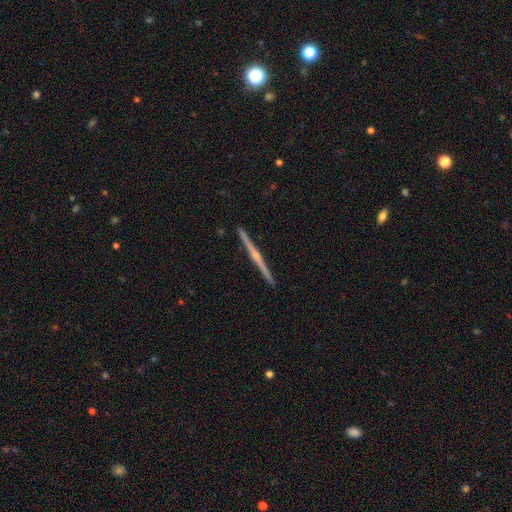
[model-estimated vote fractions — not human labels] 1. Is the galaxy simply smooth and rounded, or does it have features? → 81% featured or disk, 14% smooth, 5% star or artifact.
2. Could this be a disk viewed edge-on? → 99% yes, 1% no.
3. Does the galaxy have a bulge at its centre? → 73% rounded, 20% none, 7% boxy.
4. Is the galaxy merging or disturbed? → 93% none, 5% minor disturbance, 1% merger, 1% major disturbance.